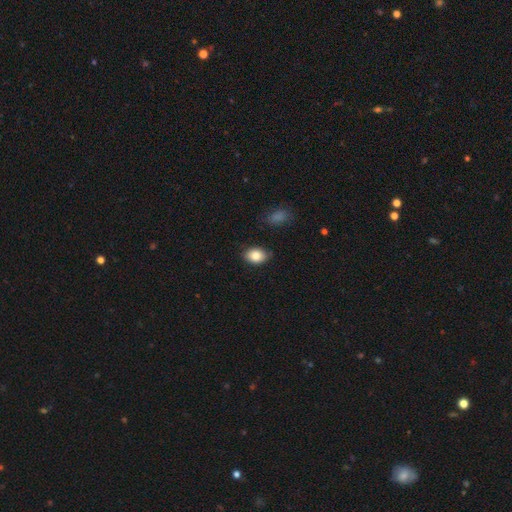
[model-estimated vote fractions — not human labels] Smooth or featured: smooth — 85% (star or artifact — 8%)
How rounded: in between — 72% (round — 27%)
Merging: none — 81% (minor disturbance — 14%)